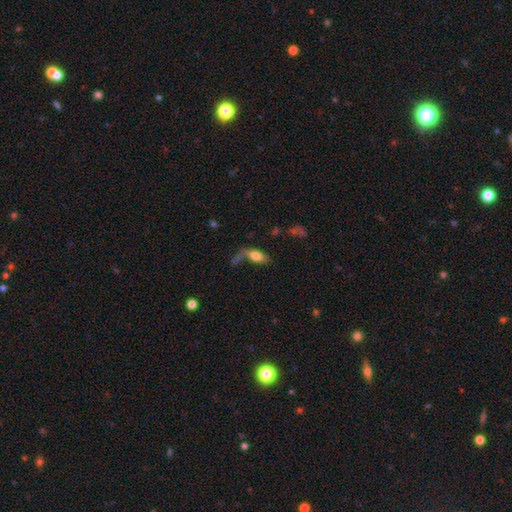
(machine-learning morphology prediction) Overall: smooth (68%). How rounded: in between (83%). Merging: none (35%; major disturbance 32%).